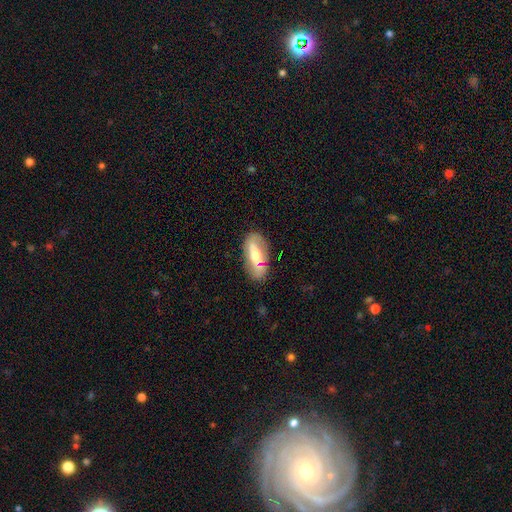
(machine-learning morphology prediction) type=featured or disk (48%); merging=none (72%).